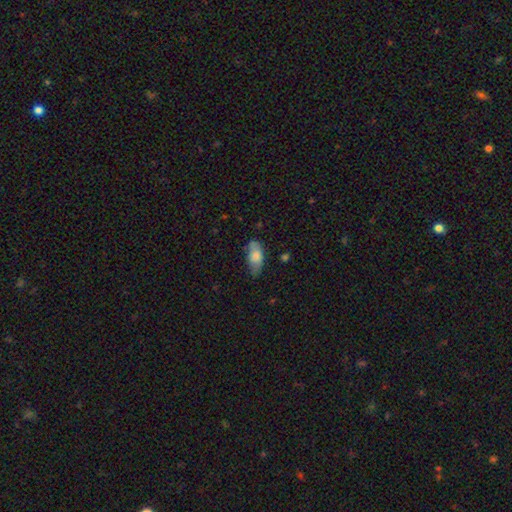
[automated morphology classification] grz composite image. It shows a smooth galaxy with no disk features (74%) that is in between round and cigar-shaped (87%). Merging: none (56%).